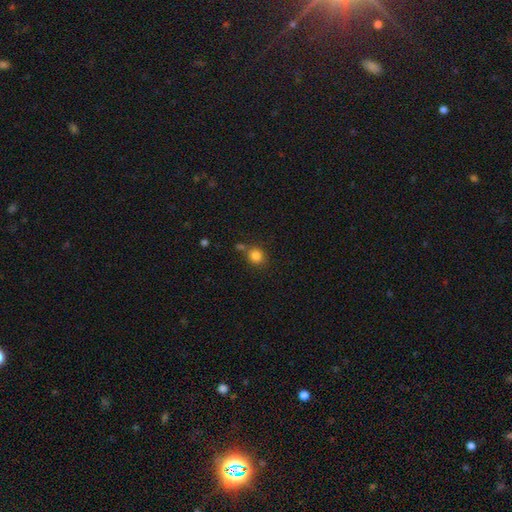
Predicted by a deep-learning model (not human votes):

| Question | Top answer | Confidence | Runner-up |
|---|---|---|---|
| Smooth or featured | smooth | 83% | star or artifact (11%) |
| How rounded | round | 78% | in between (21%) |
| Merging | none | 68% | merger (16%) |